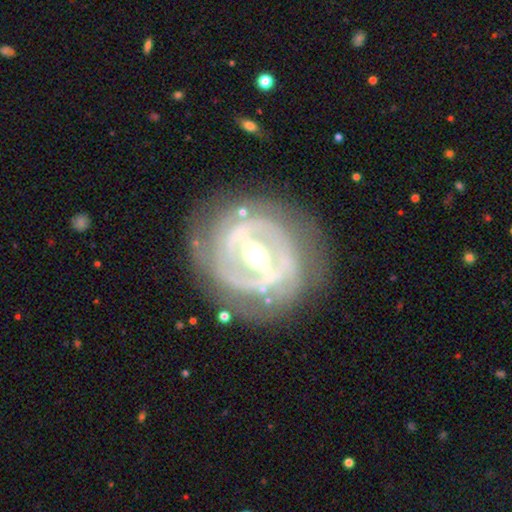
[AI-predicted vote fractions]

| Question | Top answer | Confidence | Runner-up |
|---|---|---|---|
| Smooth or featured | featured or disk | 86% | smooth (9%) |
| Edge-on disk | no | 94% | yes (6%) |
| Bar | strong | 71% | weak (21%) |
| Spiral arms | yes | 67% | no (33%) |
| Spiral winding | tight | 68% | medium (23%) |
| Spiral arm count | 2 | 41% | can't tell (37%) |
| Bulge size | moderate | 65% | small (25%) |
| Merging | none | 76% | minor disturbance (14%) |